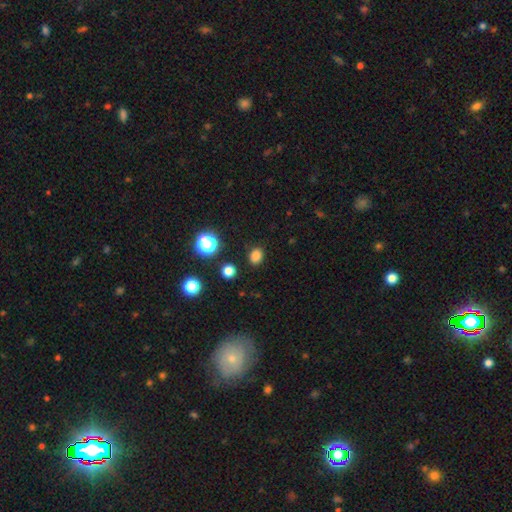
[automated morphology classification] smooth_or_featured: smooth (p=0.81) [alt: star or artifact p=0.15]
how_rounded: round (p=0.50) [alt: in between p=0.49]
merging: none (p=0.87) [alt: minor disturbance p=0.09]